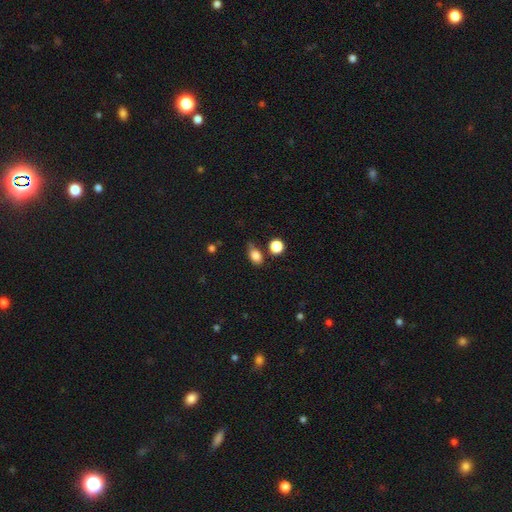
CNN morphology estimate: smooth 83%, star or artifact 11%, featured or disk 7%. Down the decision tree: how rounded — in between (76%); merging — none (58%).